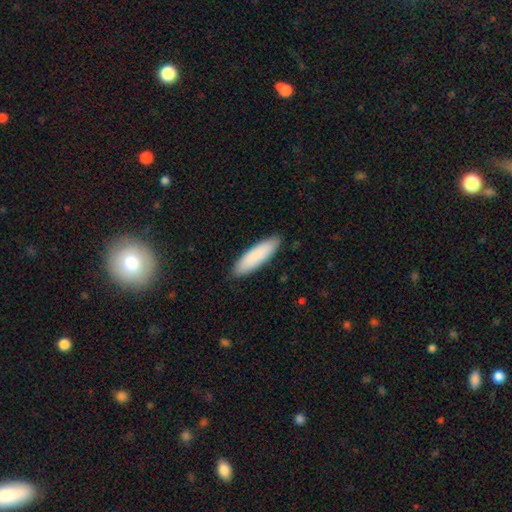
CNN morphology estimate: A smooth galaxy with no disk features (88%) that is cigar-shaped (59%).

Vote fractions:
- Smooth or featured? smooth: 88% / featured or disk: 7% / star or artifact: 5%
- How rounded? cigar-shaped: 59% / in between: 40% / round: 1%
- Merging? none: 89% / minor disturbance: 9% / major disturbance: 2% / merger: 1%